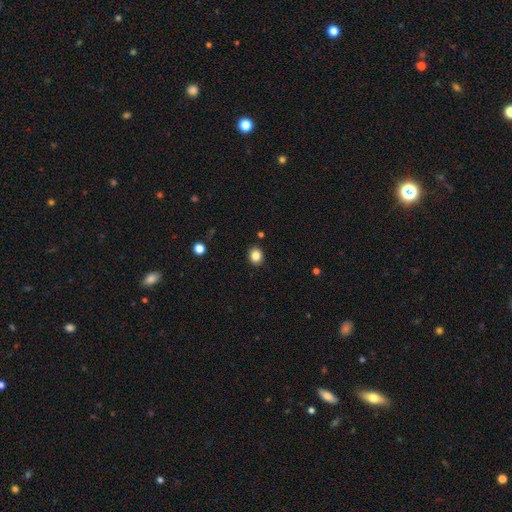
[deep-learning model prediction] smooth-or-featured: smooth: 85% | star or artifact: 10% | featured or disk: 5%
  how-rounded: round: 62% | in between: 37% | cigar-shaped: 1%
  merging: none: 89% | minor disturbance: 7% | major disturbance: 2% | merger: 2%